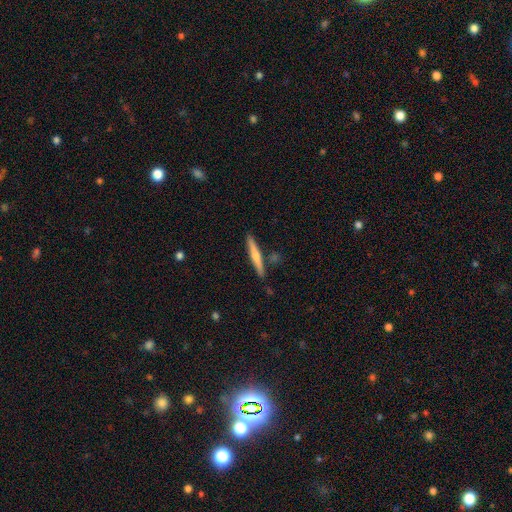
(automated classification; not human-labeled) Morphology: type=smooth (50%); roundness=cigar-shaped (95%); merging=none (85%).